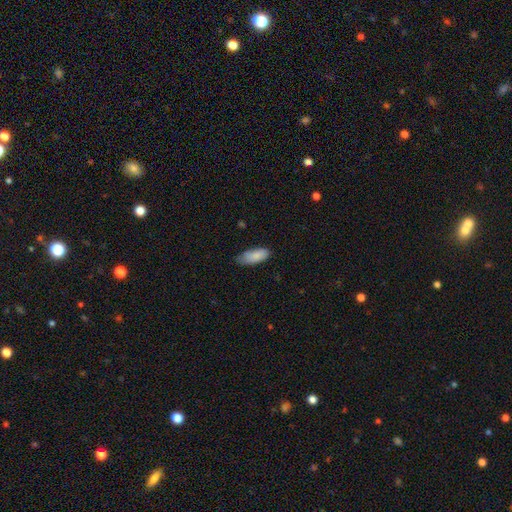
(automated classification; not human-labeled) A smooth galaxy with no disk features (86%) that is in between round and cigar-shaped (82%).

Vote fractions:
- Smooth or featured? smooth: 86% / featured or disk: 8% / star or artifact: 6%
- How rounded? in between: 82% / cigar-shaped: 16% / round: 2%
- Merging? none: 61% / minor disturbance: 32% / major disturbance: 5% / merger: 2%